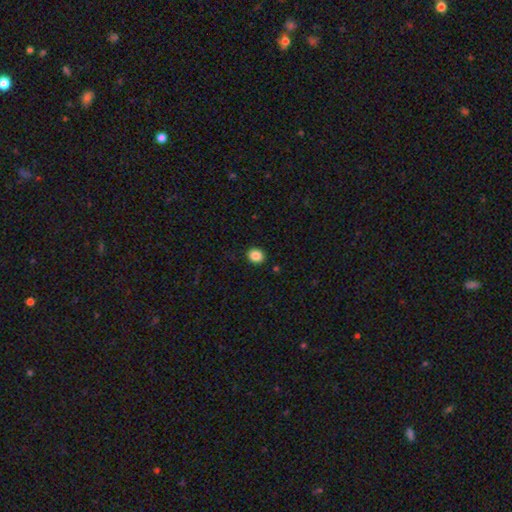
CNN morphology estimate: Overall: smooth (86%). How rounded: round (73%). Merging: none (91%).